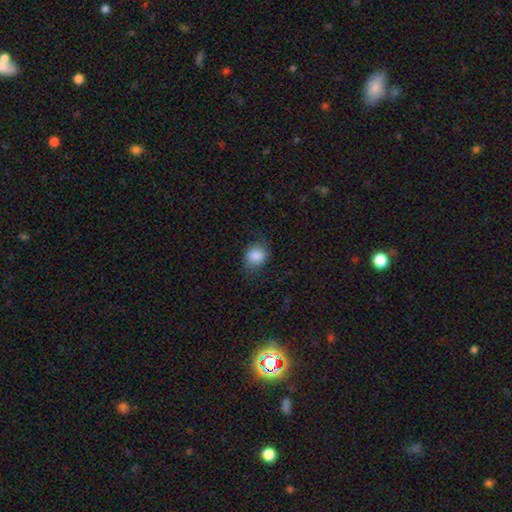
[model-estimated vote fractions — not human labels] smooth-or-featured: smooth: 86% | star or artifact: 9% | featured or disk: 6%
  how-rounded: round: 59% | in between: 40% | cigar-shaped: 1%
  merging: none: 75% | minor disturbance: 18% | major disturbance: 6% | merger: 1%